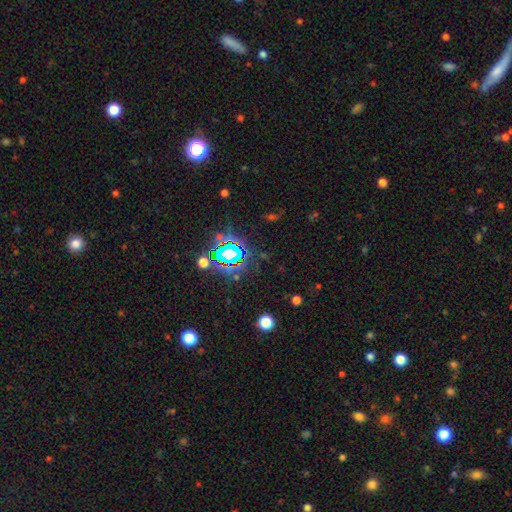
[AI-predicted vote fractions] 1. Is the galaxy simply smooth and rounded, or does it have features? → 80% star or artifact, 12% smooth, 8% featured or disk.